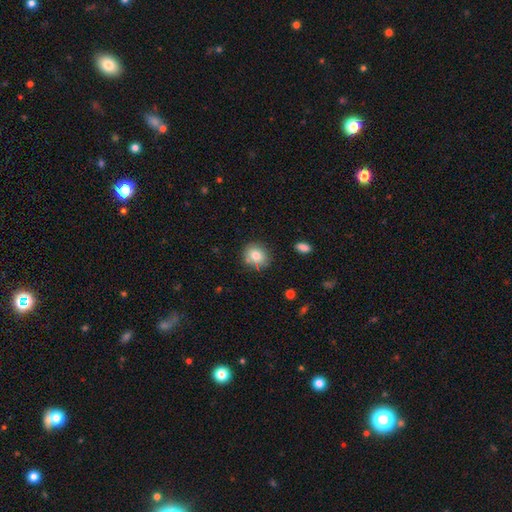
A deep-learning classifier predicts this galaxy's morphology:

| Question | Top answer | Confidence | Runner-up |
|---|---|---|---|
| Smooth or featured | smooth | 79% | featured or disk (11%) |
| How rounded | round | 76% | in between (23%) |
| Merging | none | 79% | minor disturbance (14%) |